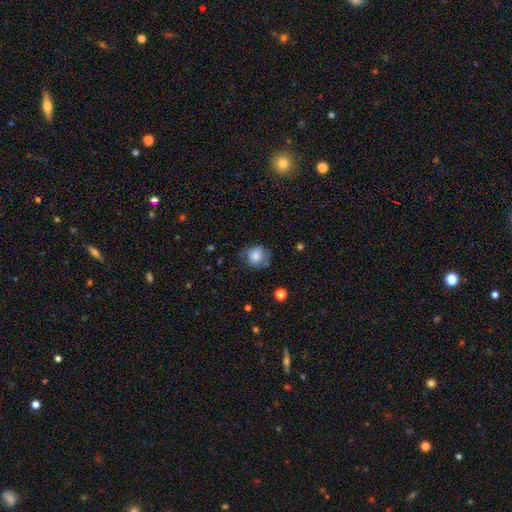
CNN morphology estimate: type=smooth (73%); roundness=round (74%); merging=none (57%).